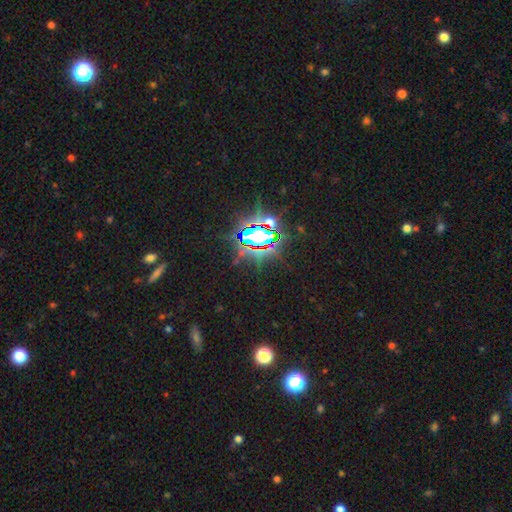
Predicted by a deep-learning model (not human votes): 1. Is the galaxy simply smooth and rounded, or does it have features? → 82% star or artifact, 11% smooth, 7% featured or disk.